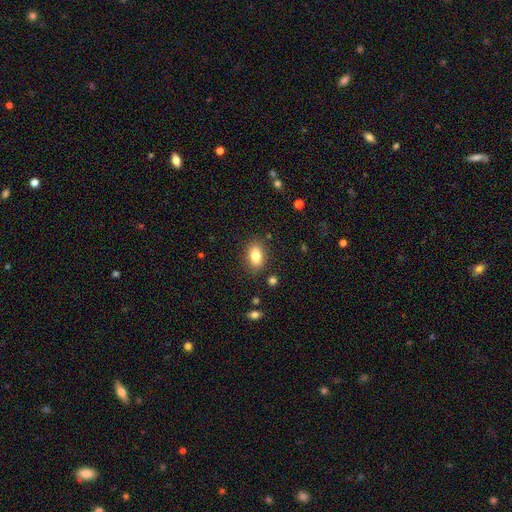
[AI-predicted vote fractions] Smooth or featured?
  - smooth: 83% *
  - featured or disk: 9%
  - star or artifact: 8%
How rounded?
  - in between: 87% *
  - round: 10%
  - cigar-shaped: 3%
Merging?
  - none: 85% *
  - minor disturbance: 11%
  - major disturbance: 3%
  - merger: 2%